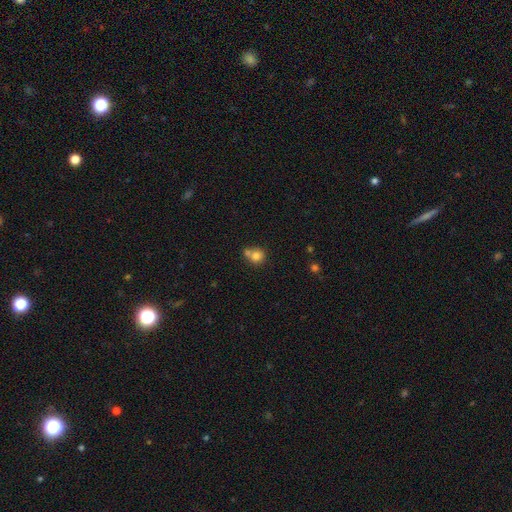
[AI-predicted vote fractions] Smooth or featured?
  - smooth: 78% *
  - featured or disk: 11%
  - star or artifact: 11%
How rounded?
  - round: 84% *
  - in between: 16%
  - cigar-shaped: 1%
Merging?
  - none: 46% *
  - merger: 41%
  - minor disturbance: 9%
  - major disturbance: 3%